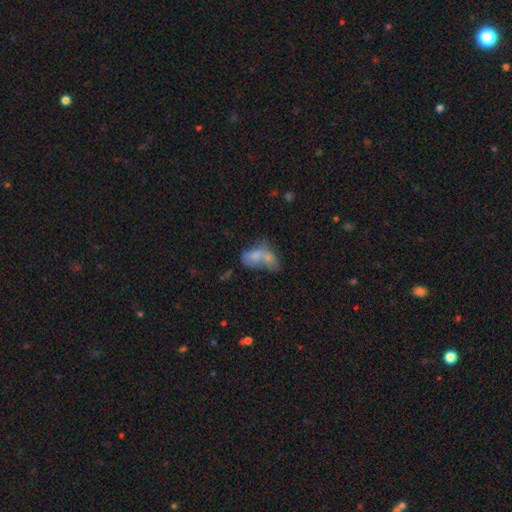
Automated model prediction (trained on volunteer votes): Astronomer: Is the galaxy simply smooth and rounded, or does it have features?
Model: smooth — 66%.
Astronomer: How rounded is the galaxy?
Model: in between — 84%.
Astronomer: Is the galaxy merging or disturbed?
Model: merger — 67%.